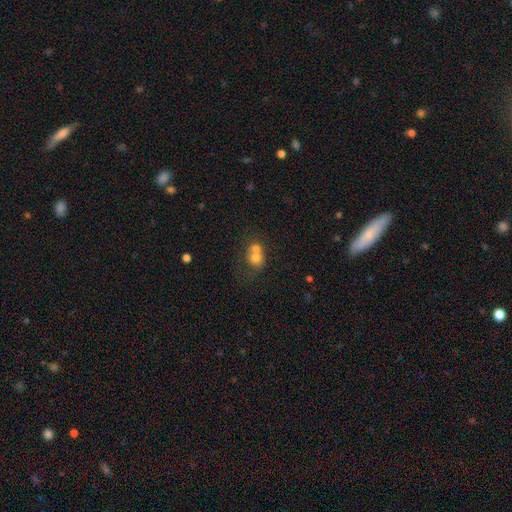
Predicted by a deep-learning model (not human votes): Smooth or featured? smooth (69%)
How rounded? round (73%)
Merging? merger (66%)